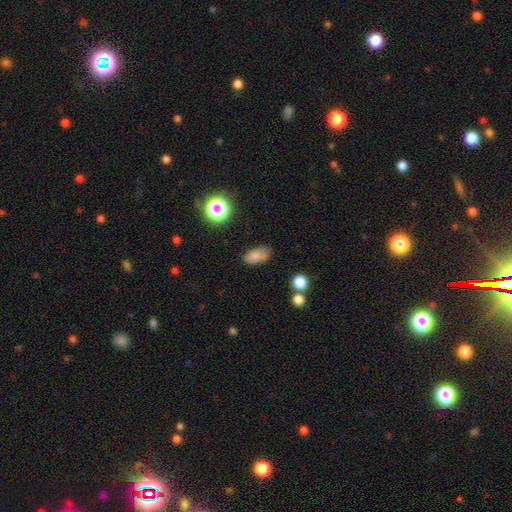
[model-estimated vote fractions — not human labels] smooth_or_featured: smooth (p=0.80) [alt: star or artifact p=0.11]
how_rounded: in between (p=0.89) [alt: round p=0.08]
merging: none (p=0.68) [alt: minor disturbance p=0.22]